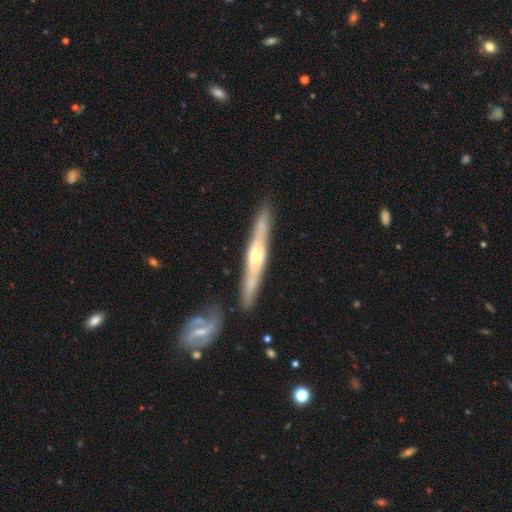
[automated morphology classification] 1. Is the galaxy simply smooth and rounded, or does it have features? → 70% featured or disk, 25% smooth, 5% star or artifact.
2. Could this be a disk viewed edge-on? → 92% yes, 8% no.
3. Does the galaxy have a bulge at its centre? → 73% rounded, 15% none, 12% boxy.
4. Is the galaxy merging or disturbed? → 84% none, 10% minor disturbance, 4% merger, 2% major disturbance.